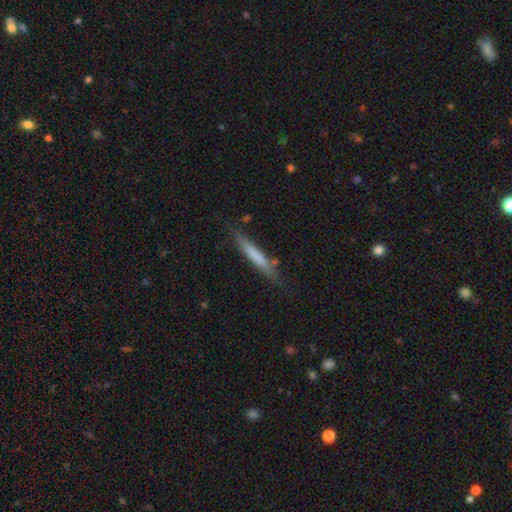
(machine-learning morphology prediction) Q: Smooth or featured?
A: smooth (68%); runner-up: featured or disk (27%)
Q: How rounded?
A: cigar-shaped (94%); runner-up: in between (5%)
Q: Merging?
A: none (79%); runner-up: minor disturbance (15%)